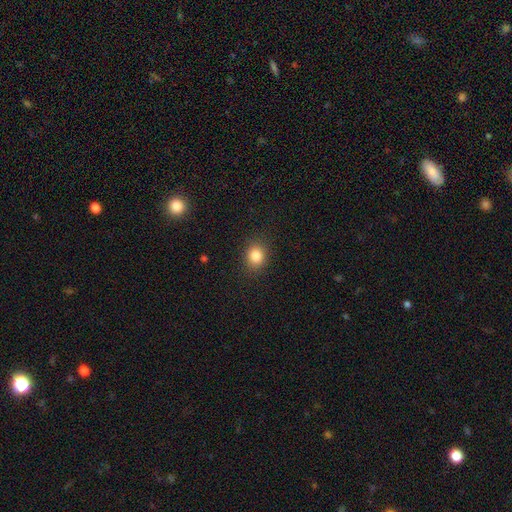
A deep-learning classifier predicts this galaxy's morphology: The model was most divided on "how rounded": round: 65%, in between: 35%, cigar-shaped: 1%. More confident: merging — none (87%); smooth or featured — smooth (84%).